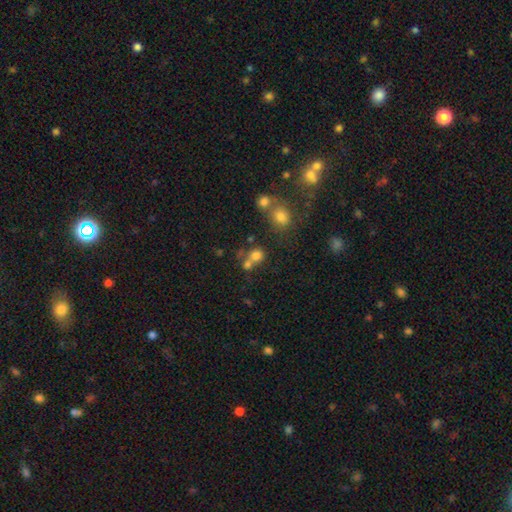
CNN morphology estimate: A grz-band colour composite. It shows a smooth galaxy with no disk features (74%) that is round (81%). Merging: none (47%).